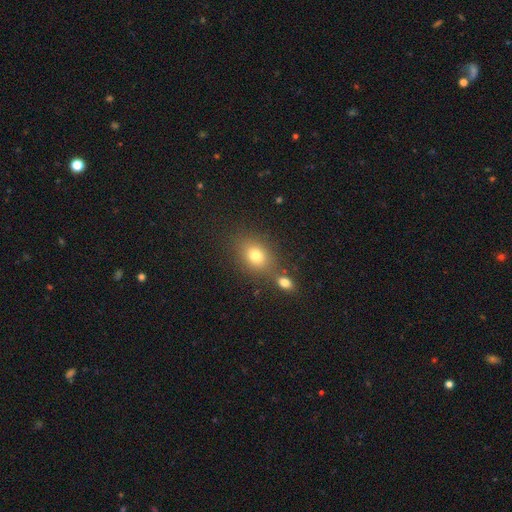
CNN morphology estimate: This appears to be a smooth galaxy with no disk features (75%) that is in between round and cigar-shaped (58%). Merging: none (64%).